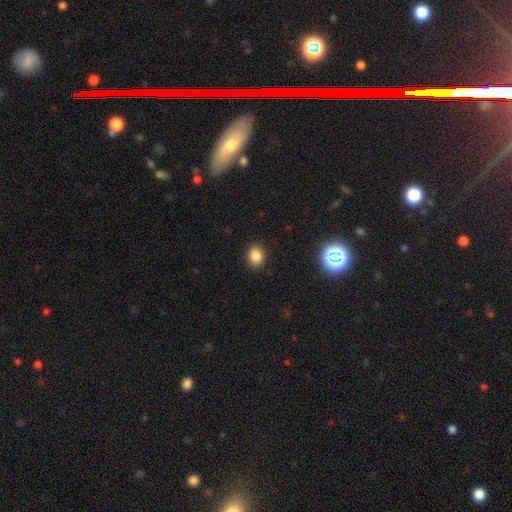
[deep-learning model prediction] Smooth or featured? smooth (84%)
How rounded? round (62%)
Merging? none (89%)